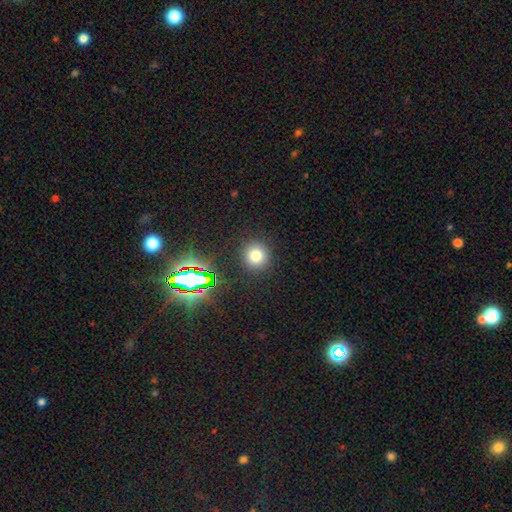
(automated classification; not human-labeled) A smooth galaxy with no disk features (74%) that is round (93%). Merging: none (90%).